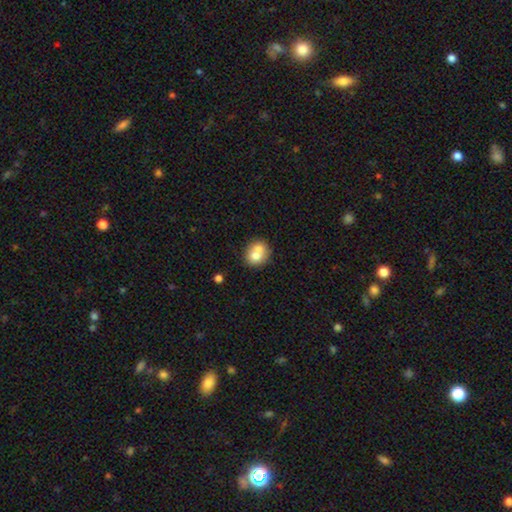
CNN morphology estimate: A smooth galaxy with no disk features (69%) that is round (68%).

Vote fractions:
- Smooth or featured? smooth: 69% / featured or disk: 22% / star or artifact: 9%
- How rounded? round: 68% / in between: 31% / cigar-shaped: 1%
- Merging? merger: 51% / none: 36% / minor disturbance: 9% / major disturbance: 3%